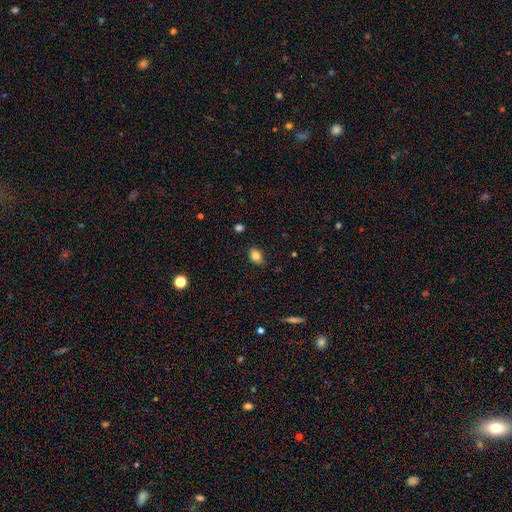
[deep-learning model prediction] Smooth or featured?
  - smooth: 83% *
  - star or artifact: 10%
  - featured or disk: 7%
How rounded?
  - in between: 74% *
  - round: 25%
  - cigar-shaped: 1%
Merging?
  - none: 82% *
  - minor disturbance: 14%
  - major disturbance: 3%
  - merger: 1%